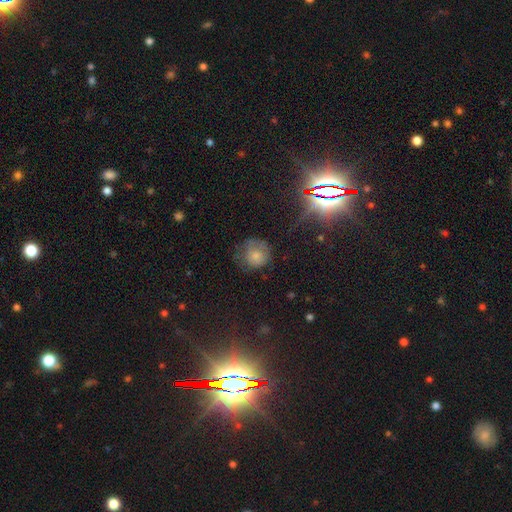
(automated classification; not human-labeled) Smooth or featured: smooth — 71% (featured or disk — 15%)
How rounded: round — 85% (in between — 14%)
Merging: none — 54% (minor disturbance — 28%)